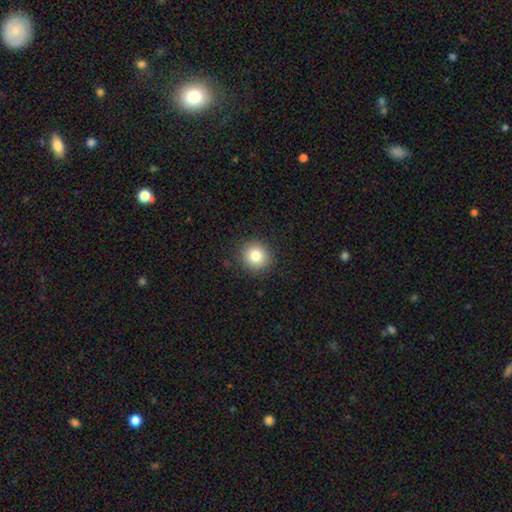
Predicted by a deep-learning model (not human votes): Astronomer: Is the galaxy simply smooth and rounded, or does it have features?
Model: smooth — 82%.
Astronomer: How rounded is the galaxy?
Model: round — 90%.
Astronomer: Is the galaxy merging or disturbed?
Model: none — 90%.